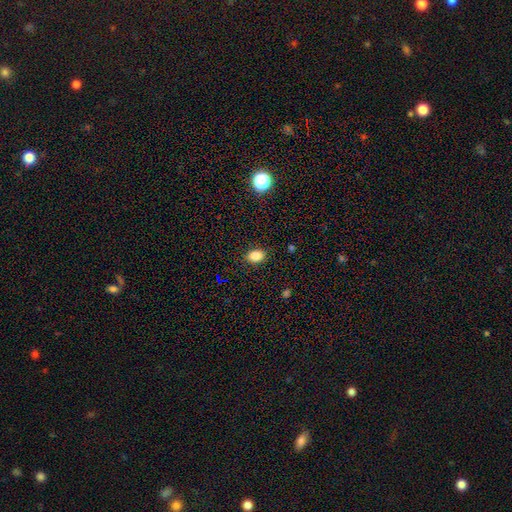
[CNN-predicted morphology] A smooth galaxy with no disk features (85%) that is in between round and cigar-shaped (70%).

Vote fractions:
- Smooth or featured? smooth: 85% / star or artifact: 11% / featured or disk: 5%
- How rounded? in between: 70% / round: 29% / cigar-shaped: 1%
- Merging? none: 88% / minor disturbance: 9% / major disturbance: 2% / merger: 1%